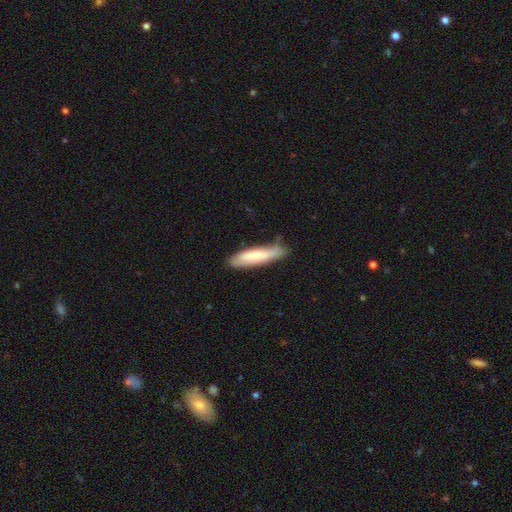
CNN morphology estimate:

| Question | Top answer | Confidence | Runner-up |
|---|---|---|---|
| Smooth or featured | smooth | 66% | featured or disk (28%) |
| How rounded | cigar-shaped | 80% | in between (19%) |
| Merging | none | 76% | minor disturbance (18%) |